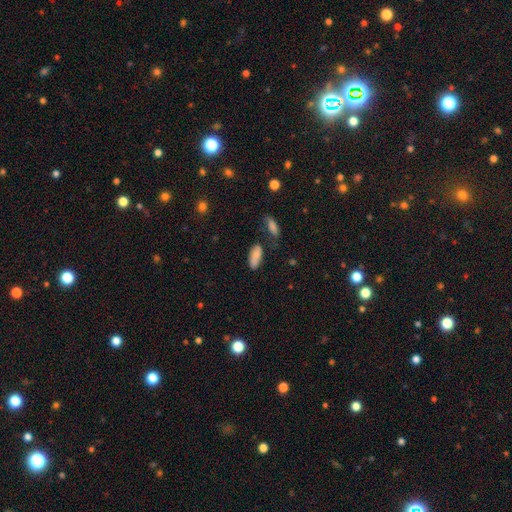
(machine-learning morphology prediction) A smooth galaxy with no disk features (81%) that is in between round and cigar-shaped (84%).

Vote fractions:
- Smooth or featured? smooth: 81% / featured or disk: 11% / star or artifact: 8%
- How rounded? in between: 84% / cigar-shaped: 14% / round: 2%
- Merging? none: 63% / minor disturbance: 22% / merger: 8% / major disturbance: 6%